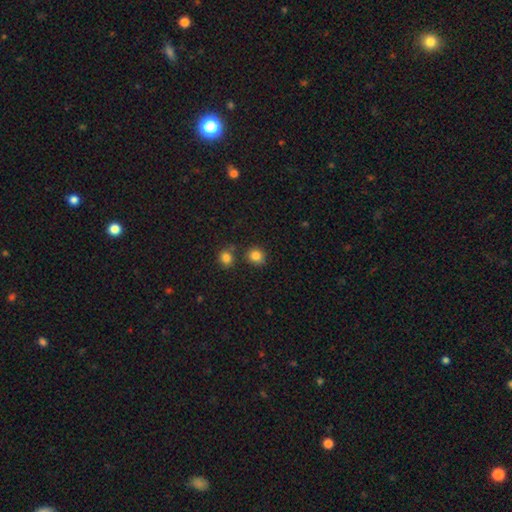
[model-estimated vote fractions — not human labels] smooth-or-featured: smooth: 84% | star or artifact: 12% | featured or disk: 5%
  how-rounded: round: 84% | in between: 15% | cigar-shaped: 1%
  merging: none: 77% | merger: 10% | minor disturbance: 10% | major disturbance: 3%